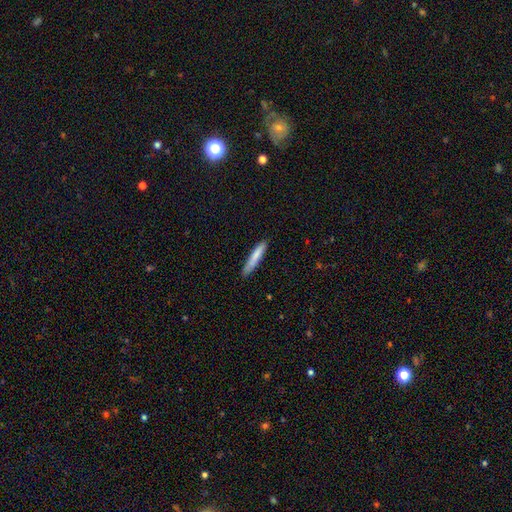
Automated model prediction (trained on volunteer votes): Smooth or featured? Predicted: smooth (p=0.79). How rounded? Predicted: cigar-shaped (p=0.93). Merging? Predicted: none (p=0.85).